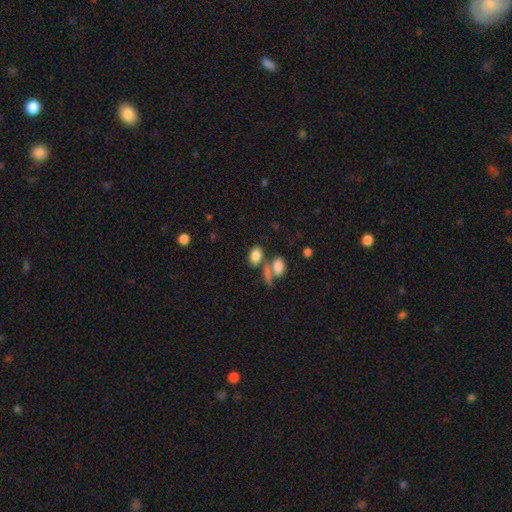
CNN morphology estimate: Smooth or featured?
  - smooth: 82% *
  - star or artifact: 9%
  - featured or disk: 8%
How rounded?
  - in between: 87% *
  - round: 11%
  - cigar-shaped: 2%
Merging?
  - none: 50% *
  - merger: 34%
  - minor disturbance: 10%
  - major disturbance: 6%